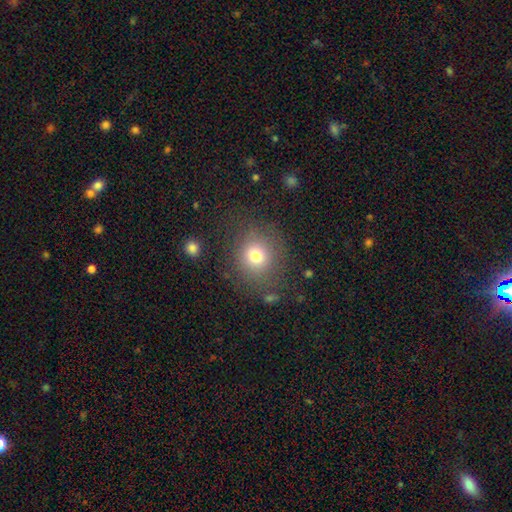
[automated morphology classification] Smooth or featured? smooth (75%)
How rounded? round (84%)
Merging? none (79%)